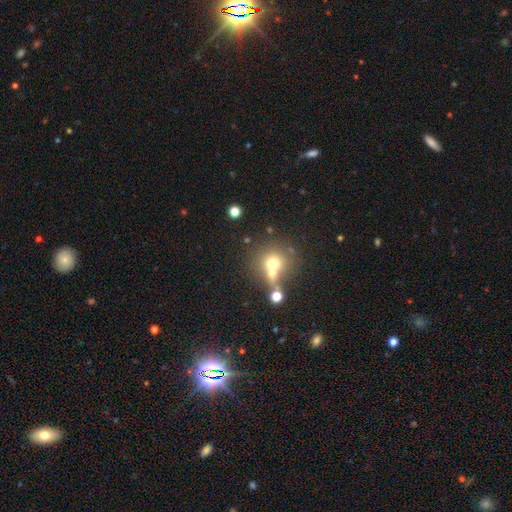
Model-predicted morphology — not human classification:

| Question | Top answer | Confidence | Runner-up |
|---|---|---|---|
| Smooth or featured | smooth | 45% | star or artifact (39%) |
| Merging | none | 55% | merger (29%) |